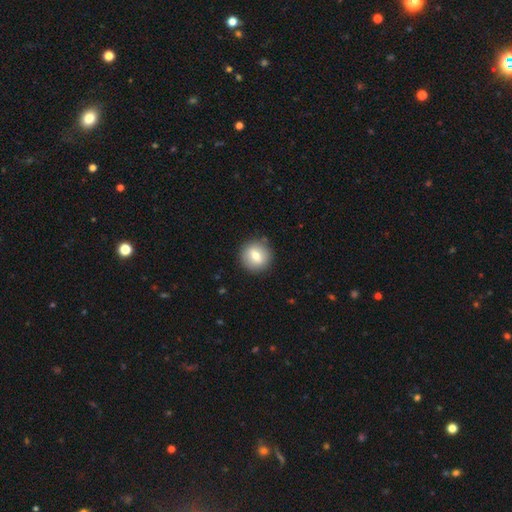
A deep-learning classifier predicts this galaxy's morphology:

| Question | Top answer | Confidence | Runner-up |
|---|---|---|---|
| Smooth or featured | smooth | 71% | featured or disk (20%) |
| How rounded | round | 91% | in between (8%) |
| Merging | none | 89% | minor disturbance (7%) |